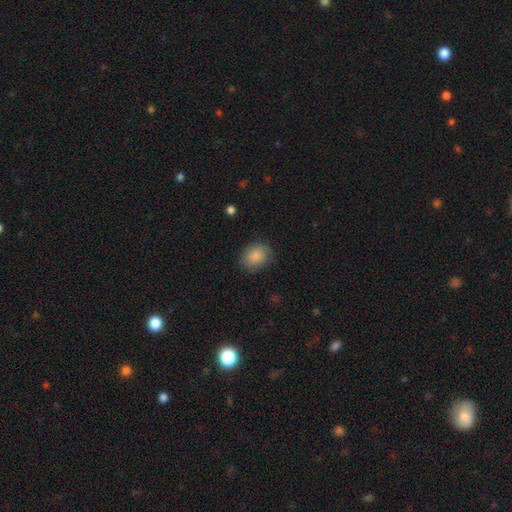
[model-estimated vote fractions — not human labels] Q: Smooth or featured?
A: smooth (86%); runner-up: star or artifact (7%)
Q: How rounded?
A: in between (51%); runner-up: round (48%)
Q: Merging?
A: none (83%); runner-up: minor disturbance (13%)